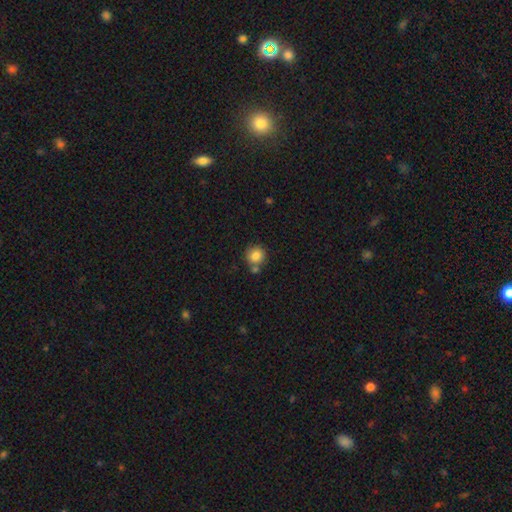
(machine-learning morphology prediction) Smooth or featured: smooth — 84% (star or artifact — 9%)
How rounded: round — 91% (in between — 8%)
Merging: none — 67% (merger — 19%)